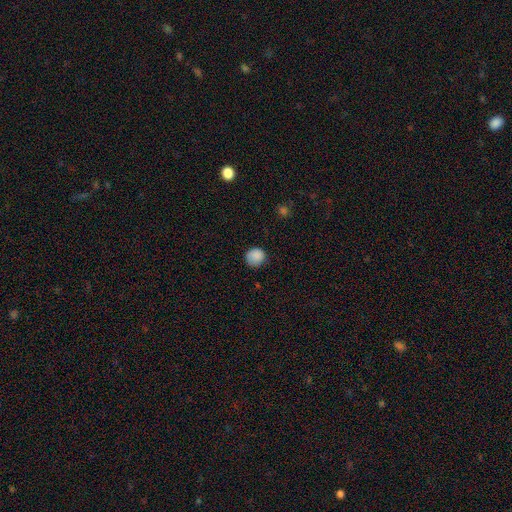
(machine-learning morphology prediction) smooth_or_featured: smooth (p=0.87) [alt: star or artifact p=0.09]
how_rounded: round (p=0.89) [alt: in between p=0.10]
merging: none (p=0.78) [alt: minor disturbance p=0.17]